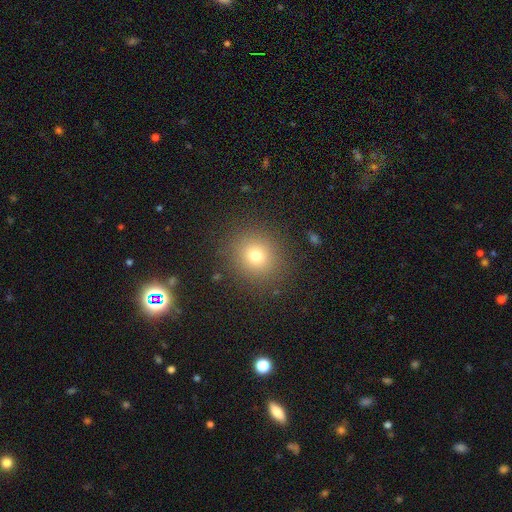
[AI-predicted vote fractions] smooth-or-featured: smooth: 74% | star or artifact: 16% | featured or disk: 10%
  how-rounded: round: 85% | in between: 14% | cigar-shaped: 1%
  merging: none: 88% | minor disturbance: 7% | major disturbance: 3% | merger: 1%